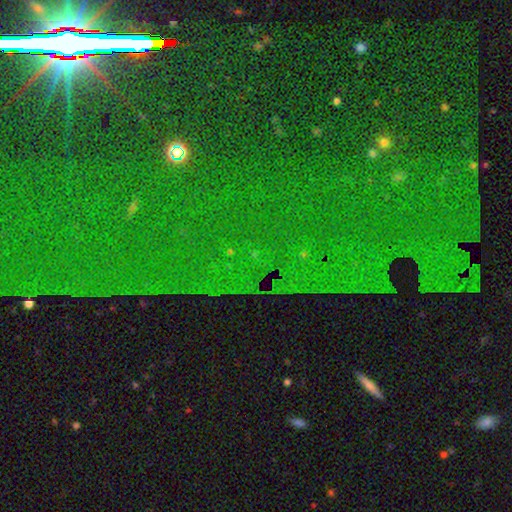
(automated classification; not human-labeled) A star or artifact, not a galaxy (82%).